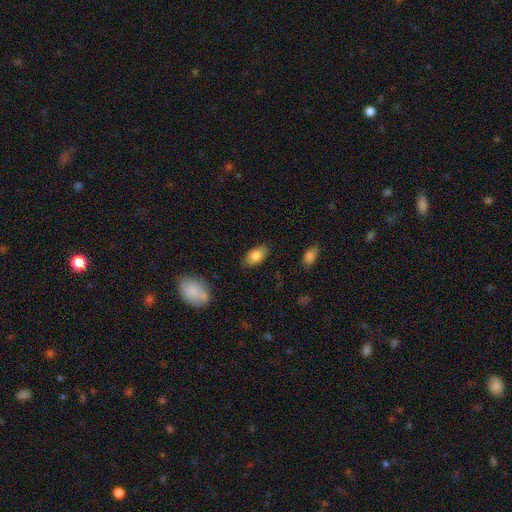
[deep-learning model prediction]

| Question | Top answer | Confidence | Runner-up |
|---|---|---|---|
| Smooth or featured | smooth | 83% | featured or disk (10%) |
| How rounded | in between | 92% | round (6%) |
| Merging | none | 86% | minor disturbance (10%) |